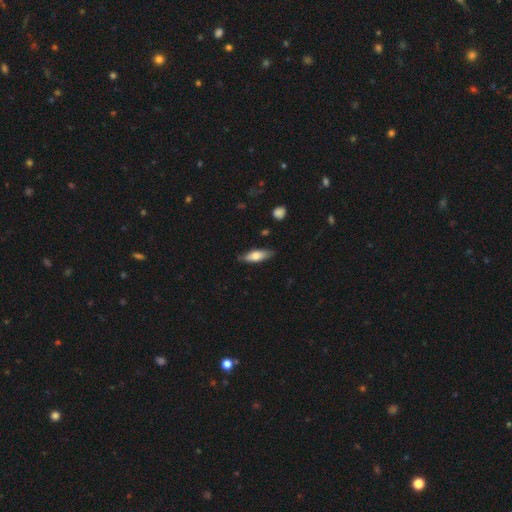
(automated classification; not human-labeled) A smooth galaxy with no disk features (67%) that is in between round and cigar-shaped (57%). Merging: none (81%).